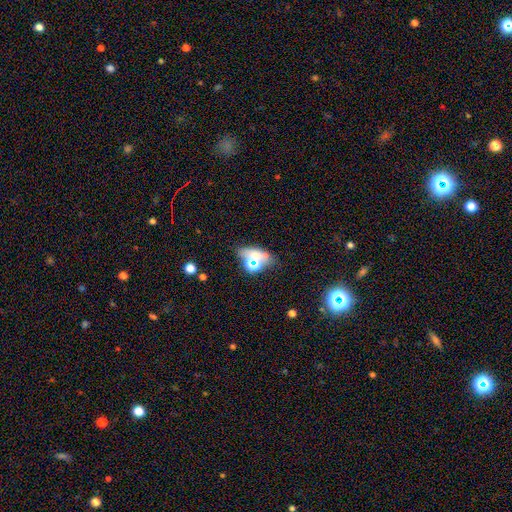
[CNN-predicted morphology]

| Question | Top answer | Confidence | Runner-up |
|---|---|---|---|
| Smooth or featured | smooth | 51% | star or artifact (30%) |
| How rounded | in between | 75% | round (19%) |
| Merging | none | 60% | minor disturbance (17%) |